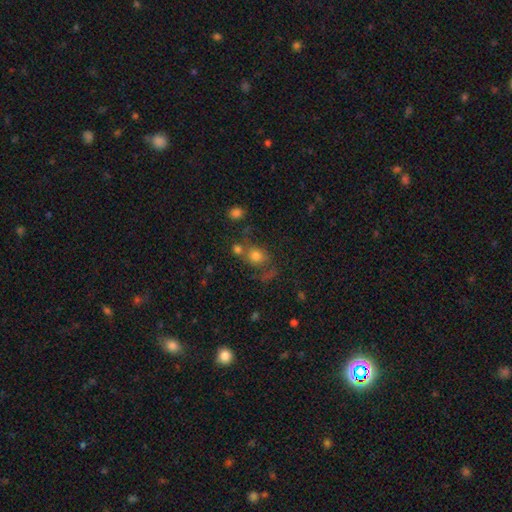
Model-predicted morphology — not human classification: The model was most divided on "merging": none: 46%, merger: 29%, minor disturbance: 15%, major disturbance: 11%. More confident: smooth or featured — smooth (69%); how rounded — round (68%).